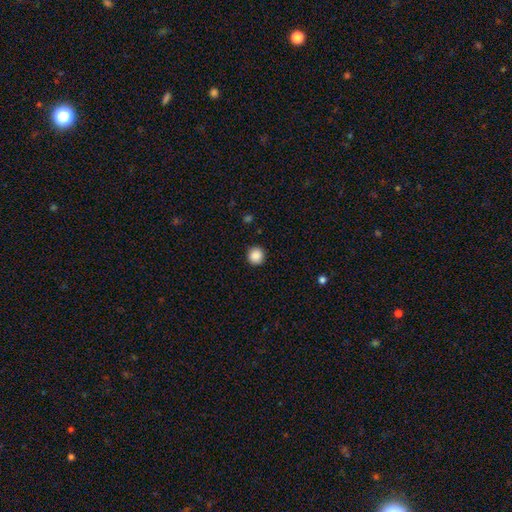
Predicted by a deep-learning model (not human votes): Morphology: type=smooth (88%); roundness=round (95%); merging=none (92%).